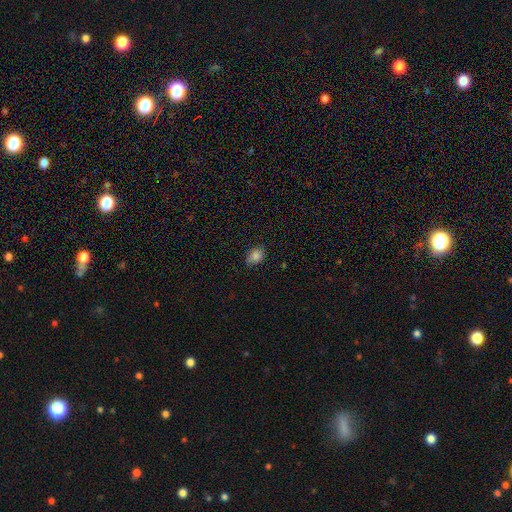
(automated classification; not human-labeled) Smooth or featured? Predicted: smooth (p=0.84). How rounded? Predicted: in between (p=0.60). Merging? Predicted: none (p=0.72).